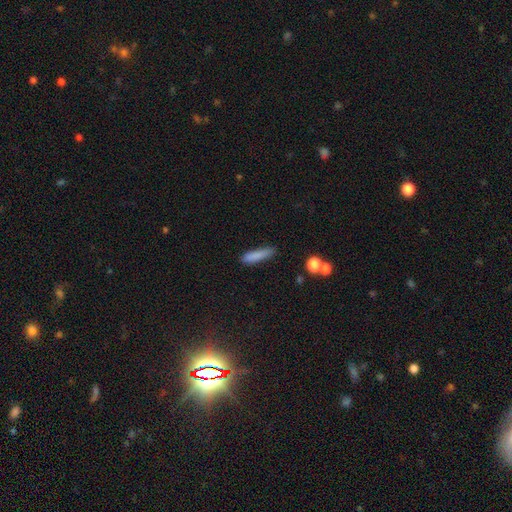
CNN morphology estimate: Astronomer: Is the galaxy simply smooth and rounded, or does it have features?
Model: smooth — 83%.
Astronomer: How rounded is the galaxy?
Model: cigar-shaped — 81%.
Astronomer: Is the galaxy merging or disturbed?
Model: none — 75%.